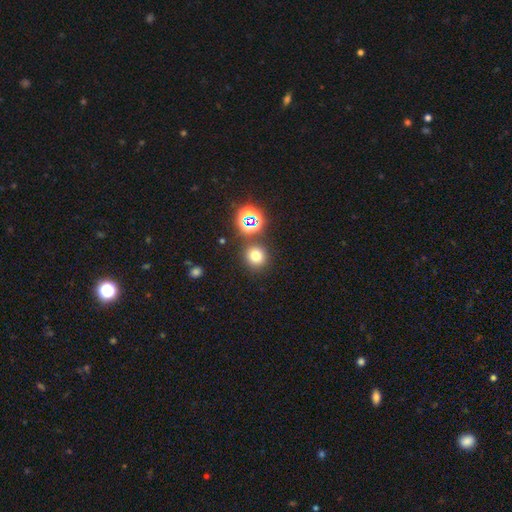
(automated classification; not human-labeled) The model was most divided on "smooth or featured": smooth: 69%, star or artifact: 23%, featured or disk: 8%. More confident: how rounded — round (89%); merging — none (82%).